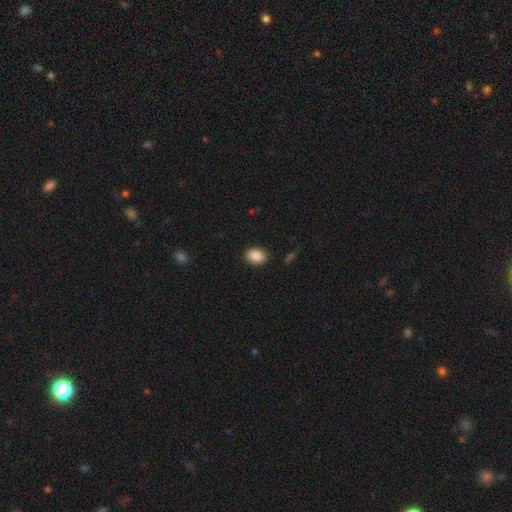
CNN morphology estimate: A smooth galaxy with no disk features (88%) that is in between round and cigar-shaped (71%).

Vote fractions:
- Smooth or featured? smooth: 88% / star or artifact: 8% / featured or disk: 4%
- How rounded? in between: 71% / round: 28% / cigar-shaped: 1%
- Merging? none: 88% / minor disturbance: 8% / major disturbance: 2% / merger: 1%